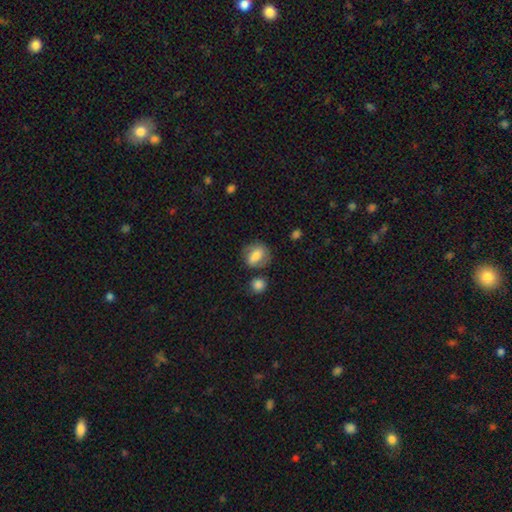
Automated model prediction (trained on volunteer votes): A smooth galaxy with no disk features (71%) that is in between round and cigar-shaped (60%). Merging: none (64%).